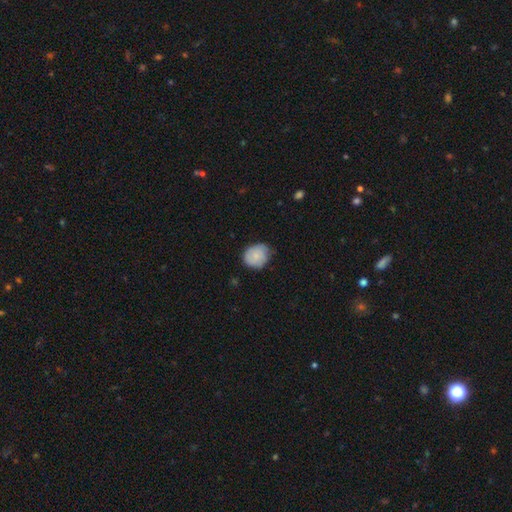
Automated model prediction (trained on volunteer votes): This is clearly a smooth galaxy (83%). How rounded: likely round (66%). Merging: likely none (63%).